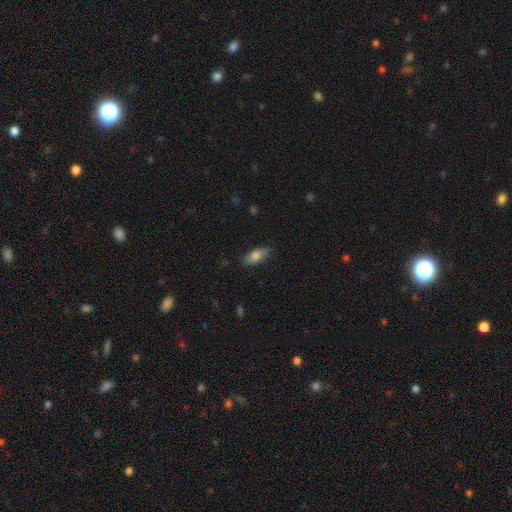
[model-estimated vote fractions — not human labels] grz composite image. It shows a smooth galaxy with no disk features (79%) that is in between round and cigar-shaped (82%). Merging: none (83%).